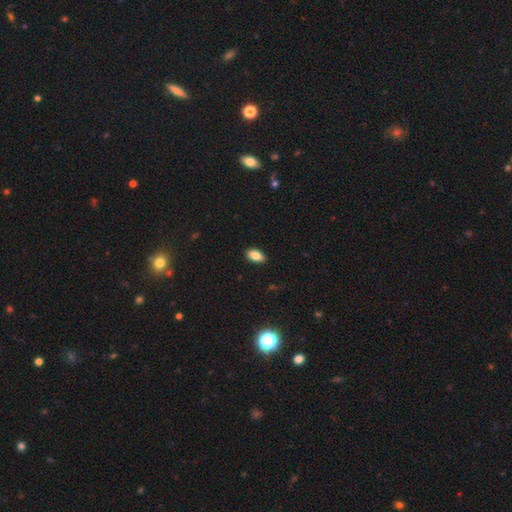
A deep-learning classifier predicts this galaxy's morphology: Smooth or featured? Predicted: smooth (p=0.84). How rounded? Predicted: in between (p=0.92). Merging? Predicted: none (p=0.89).